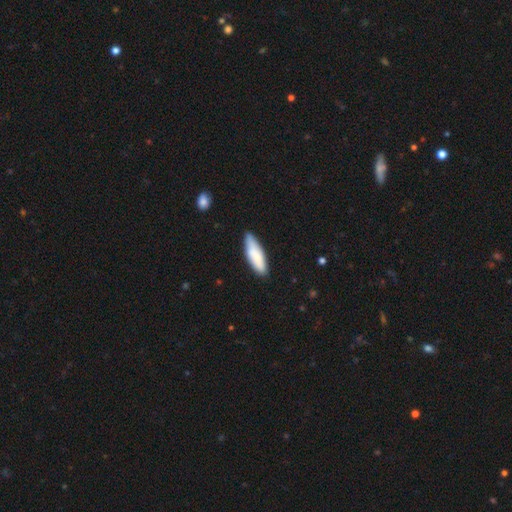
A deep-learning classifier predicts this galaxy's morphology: This appears to be a smooth galaxy with no disk features (80%) that is cigar-shaped (50%). Merging: none (79%).